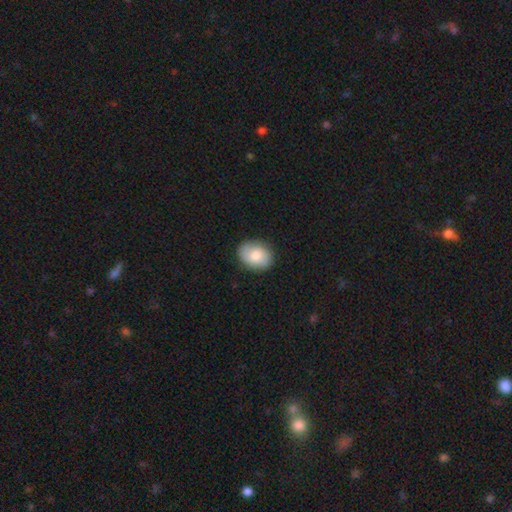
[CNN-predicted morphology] A smooth galaxy with no disk features (79%) that is in between round and cigar-shaped (53%). Merging: none (85%).